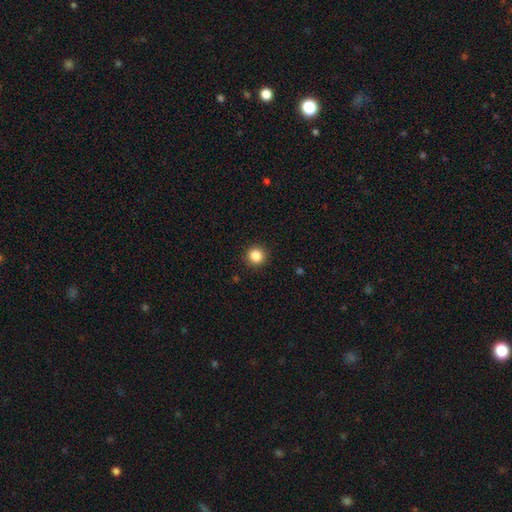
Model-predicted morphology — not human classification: The model was most divided on "smooth or featured": smooth: 86%, star or artifact: 11%, featured or disk: 4%. More confident: how rounded — round (92%); merging — none (92%).